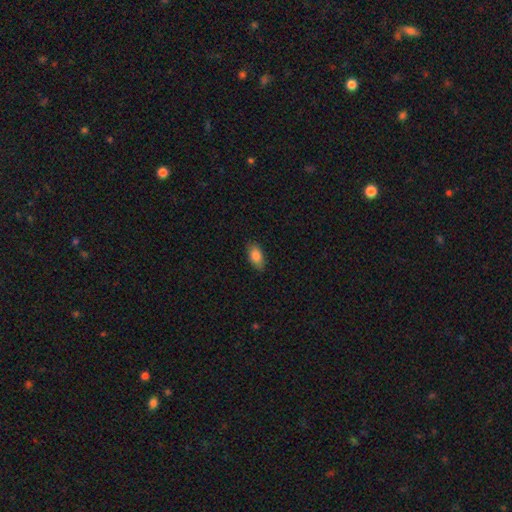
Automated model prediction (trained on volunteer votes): smooth-or-featured: smooth: 87% | star or artifact: 7% | featured or disk: 6%
  how-rounded: in between: 90% | cigar-shaped: 5% | round: 5%
  merging: none: 83% | minor disturbance: 13% | major disturbance: 3% | merger: 1%